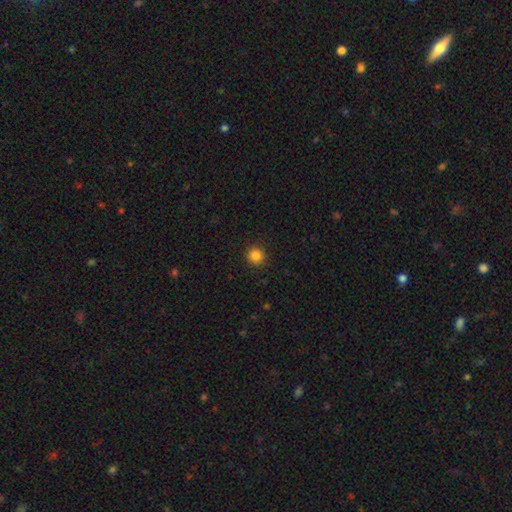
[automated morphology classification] type=smooth (84%); roundness=round (94%); merging=none (92%).